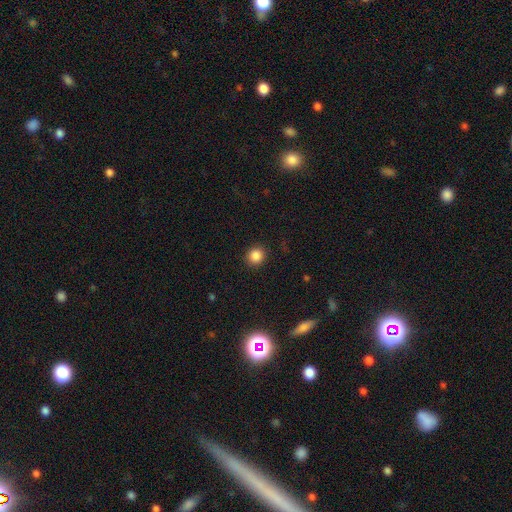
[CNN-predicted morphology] This appears to be a smooth galaxy with no disk features (85%) that is round (88%). Merging: none (91%).